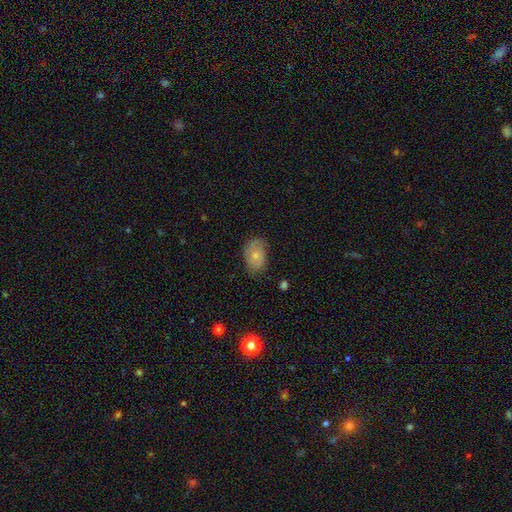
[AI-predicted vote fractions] smooth-or-featured: smooth: 66% | featured or disk: 27% | star or artifact: 7%
  how-rounded: in between: 78% | round: 20% | cigar-shaped: 1%
  merging: none: 63% | minor disturbance: 27% | major disturbance: 8% | merger: 1%